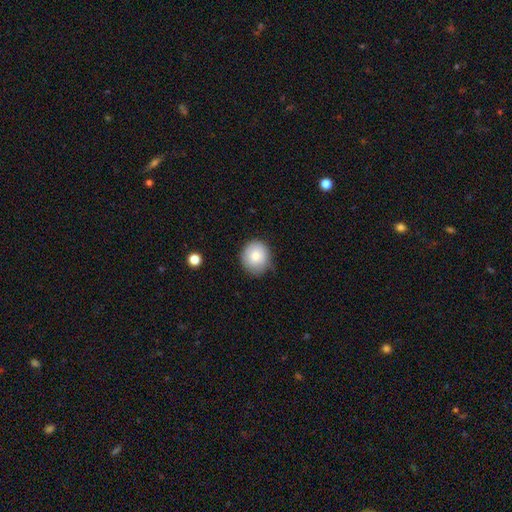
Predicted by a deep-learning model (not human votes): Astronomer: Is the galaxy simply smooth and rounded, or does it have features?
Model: smooth — 80%.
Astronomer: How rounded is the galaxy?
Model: round — 82%.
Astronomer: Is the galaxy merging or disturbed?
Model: none — 72%.